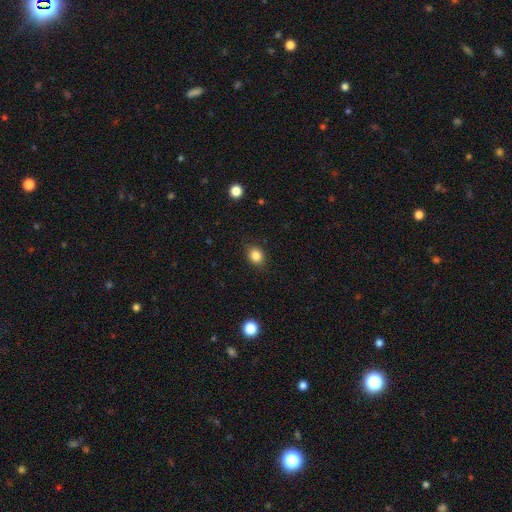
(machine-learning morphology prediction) Smooth or featured?
  - smooth: 85% *
  - star or artifact: 11%
  - featured or disk: 4%
How rounded?
  - round: 59% *
  - in between: 40%
  - cigar-shaped: 1%
Merging?
  - none: 87% *
  - minor disturbance: 10%
  - major disturbance: 2%
  - merger: 1%